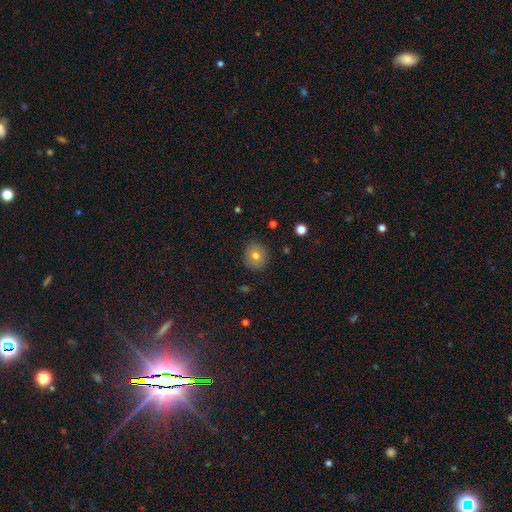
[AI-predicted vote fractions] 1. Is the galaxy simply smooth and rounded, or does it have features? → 74% smooth, 15% featured or disk, 11% star or artifact.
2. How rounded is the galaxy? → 90% round, 9% in between, 1% cigar-shaped.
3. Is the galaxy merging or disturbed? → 89% none, 8% minor disturbance, 2% major disturbance, 1% merger.